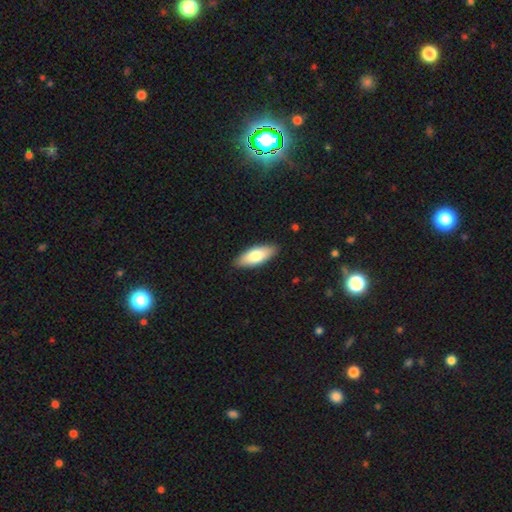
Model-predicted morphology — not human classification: Overall: smooth (76%). How rounded: in between (77%). Merging: none (88%).